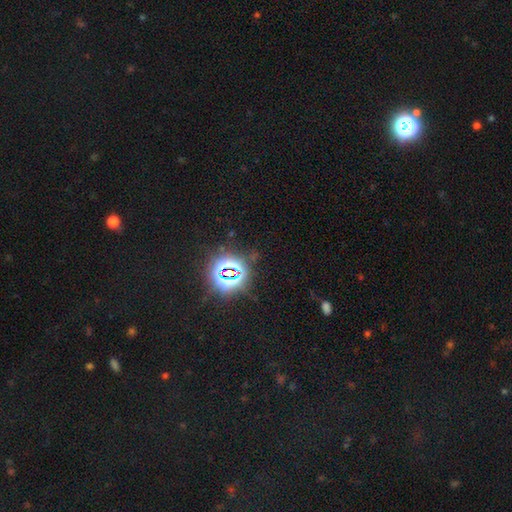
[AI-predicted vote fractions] This appears to be a star or artifact, not a galaxy (78%).